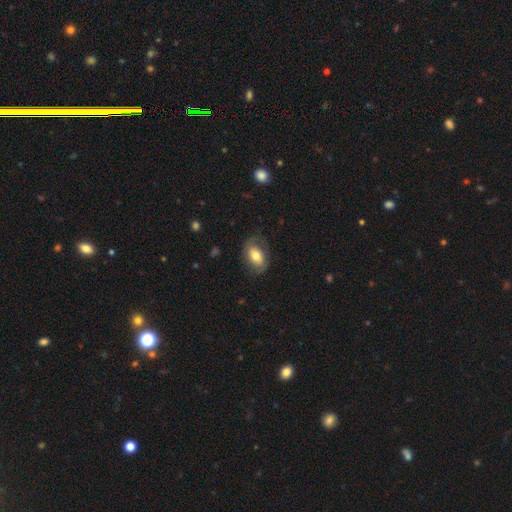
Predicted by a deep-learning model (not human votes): This appears to be a smooth galaxy with no disk features (59%) that is in between round and cigar-shaped (85%). Merging: none (70%).